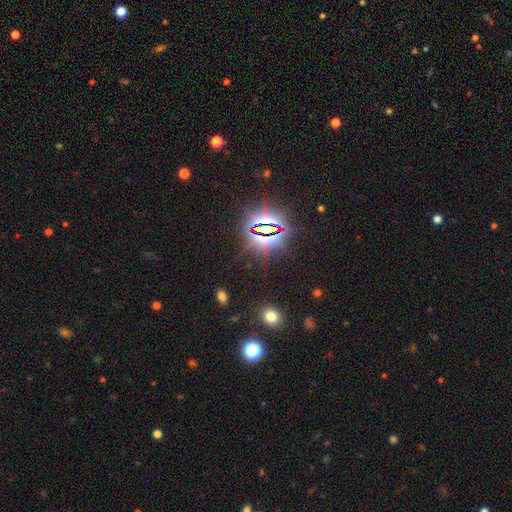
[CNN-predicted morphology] Smooth or featured? Predicted: star or artifact (p=0.82).